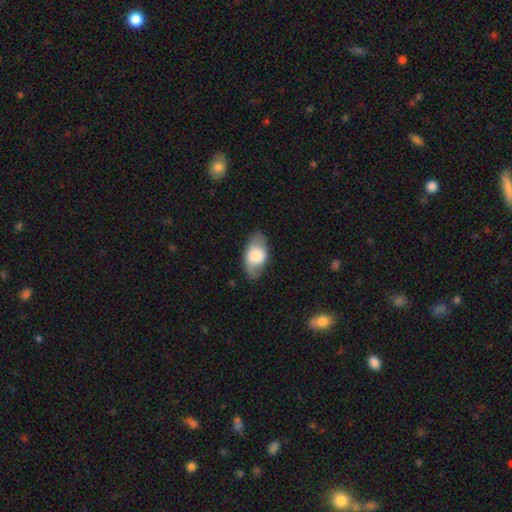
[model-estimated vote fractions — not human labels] A smooth galaxy with no disk features (64%) that is in between round and cigar-shaped (91%).

Vote fractions:
- Smooth or featured? smooth: 64% / featured or disk: 29% / star or artifact: 6%
- How rounded? in between: 91% / round: 7% / cigar-shaped: 2%
- Merging? none: 77% / minor disturbance: 17% / major disturbance: 5% / merger: 1%